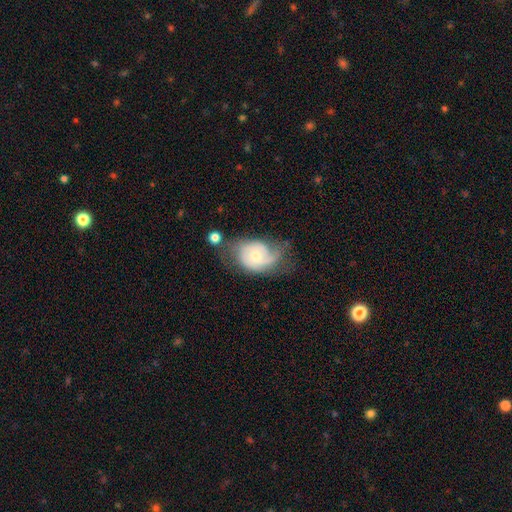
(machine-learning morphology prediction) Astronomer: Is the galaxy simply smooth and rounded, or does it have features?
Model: featured or disk — 71%.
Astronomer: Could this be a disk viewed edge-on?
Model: no — 97%.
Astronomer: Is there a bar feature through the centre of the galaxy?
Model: no — 73%.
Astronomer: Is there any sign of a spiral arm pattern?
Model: yes — 88%.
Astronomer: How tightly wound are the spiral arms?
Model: tight — 47% (runner-up: medium, 37%).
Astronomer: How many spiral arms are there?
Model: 2 — 44% (runner-up: can't tell, 26%).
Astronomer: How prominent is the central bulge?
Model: moderate — 49% (runner-up: small, 45%).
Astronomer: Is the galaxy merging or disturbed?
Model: none — 47% (runner-up: minor disturbance, 29%).